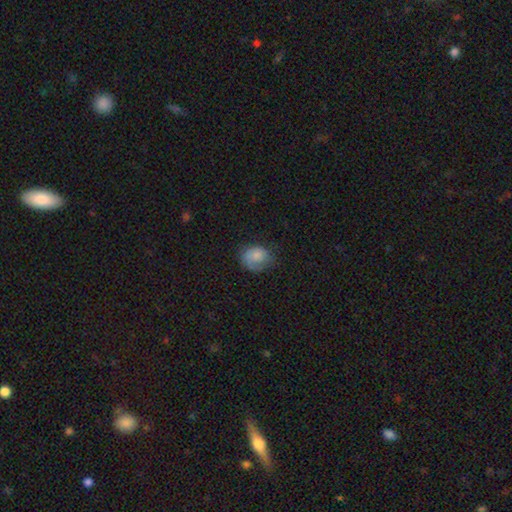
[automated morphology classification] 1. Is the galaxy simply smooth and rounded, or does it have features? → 78% smooth, 13% featured or disk, 8% star or artifact.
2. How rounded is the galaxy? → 52% round, 47% in between, 1% cigar-shaped.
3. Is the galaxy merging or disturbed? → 55% none, 30% minor disturbance, 13% major disturbance, 2% merger.